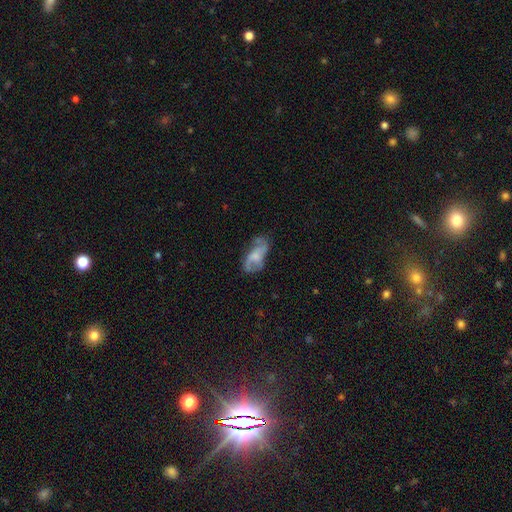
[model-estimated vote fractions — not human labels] Smooth or featured?
  - featured or disk: 53% *
  - smooth: 38%
  - star or artifact: 8%
Edge-on disk?
  - no: 93% *
  - yes: 7%
Merging?
  - none: 45% *
  - minor disturbance: 27%
  - major disturbance: 23%
  - merger: 5%